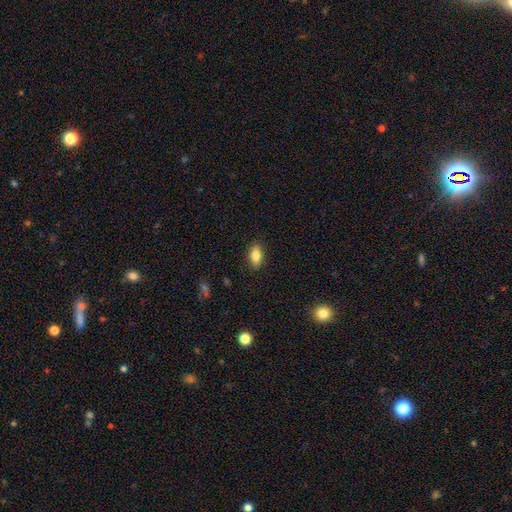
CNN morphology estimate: The model was most divided on "smooth or featured": smooth: 85%, featured or disk: 8%, star or artifact: 7%. More confident: how rounded — in between (90%); merging — none (88%).